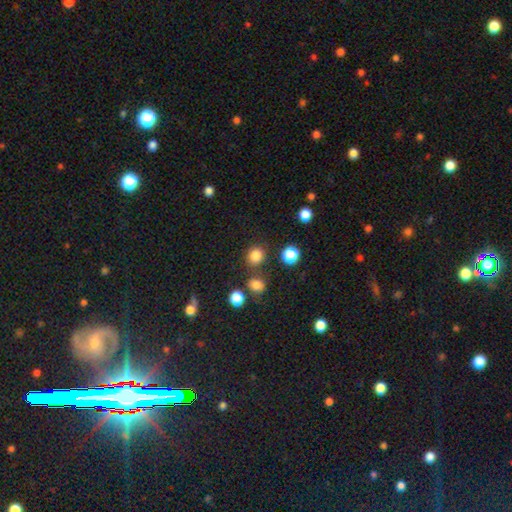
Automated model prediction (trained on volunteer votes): smooth 81%, star or artifact 14%, featured or disk 4%. Down the decision tree: how rounded — round (84%); merging — none (78%).